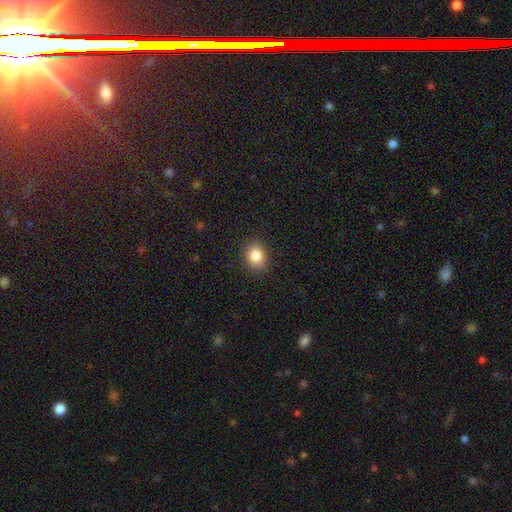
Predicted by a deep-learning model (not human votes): Overall: smooth (84%). How rounded: in between (52%; round 47%). Merging: none (86%).